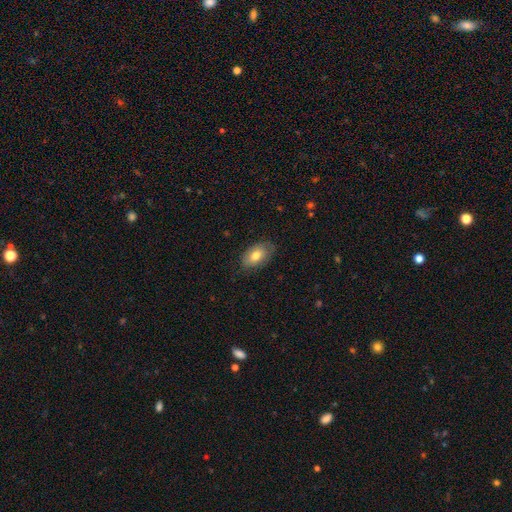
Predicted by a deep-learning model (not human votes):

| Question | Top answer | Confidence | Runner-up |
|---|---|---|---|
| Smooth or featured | smooth | 75% | featured or disk (19%) |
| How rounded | in between | 92% | round (6%) |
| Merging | none | 77% | minor disturbance (18%) |